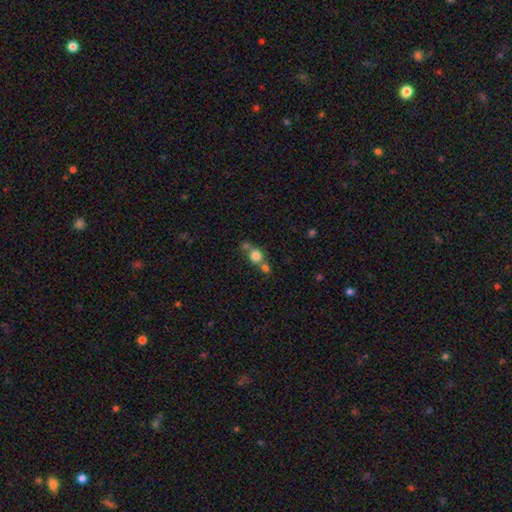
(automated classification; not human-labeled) Smooth or featured?
  - smooth: 76% *
  - featured or disk: 12%
  - star or artifact: 12%
How rounded?
  - round: 83% *
  - in between: 16%
  - cigar-shaped: 2%
Merging?
  - merger: 44% *
  - none: 42%
  - minor disturbance: 9%
  - major disturbance: 5%